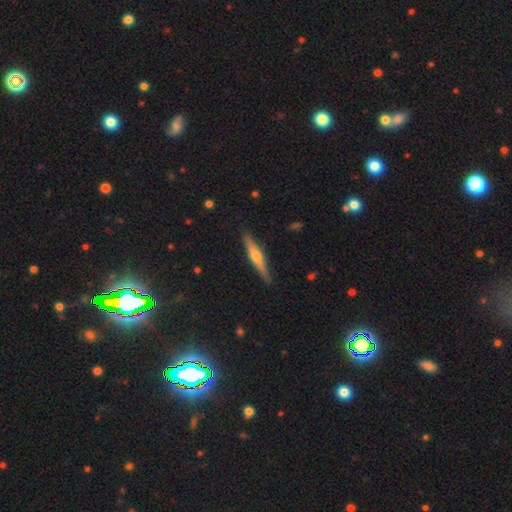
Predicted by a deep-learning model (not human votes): Smooth or featured?
  - featured or disk: 57% *
  - smooth: 38%
  - star or artifact: 6%
Edge-on disk?
  - yes: 95% *
  - no: 5%
Edge-on bulge?
  - rounded: 86% *
  - none: 9%
  - boxy: 5%
Merging?
  - none: 87% *
  - minor disturbance: 10%
  - major disturbance: 2%
  - merger: 1%